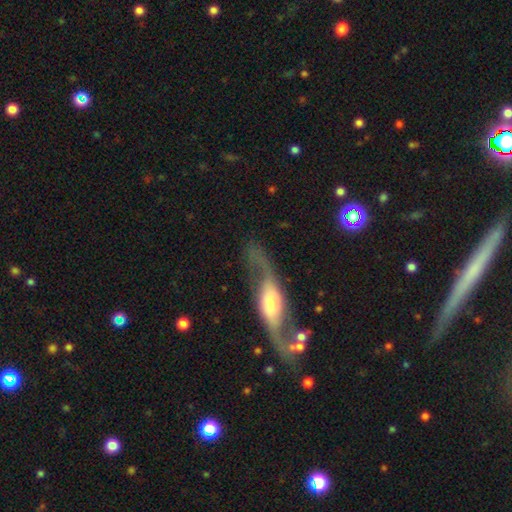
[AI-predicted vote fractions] A featured or disk galaxy (85%) with no bar (45%), 2 (92%) loose (62%) spiral arms (94%) and a moderate central bulge (49%).

Vote fractions:
- Smooth or featured? featured or disk: 85% / smooth: 8% / star or artifact: 6%
- Edge-on disk? no: 81% / yes: 19%
- Bar? no: 45% / weak: 36% / strong: 19%
- Spiral arms? yes: 94% / no: 6%
- Spiral winding? loose: 62% / medium: 30% / tight: 8%
- Spiral arm count? 2: 92% / can't tell: 3% / 1: 2% / 3: 1% / 4: 1% / more than 4: 1%
- Bulge size? moderate: 49% / large: 22% / small: 21% / none: 4% / dominant: 3%
- Merging? none: 69% / minor disturbance: 16% / major disturbance: 10% / merger: 5%